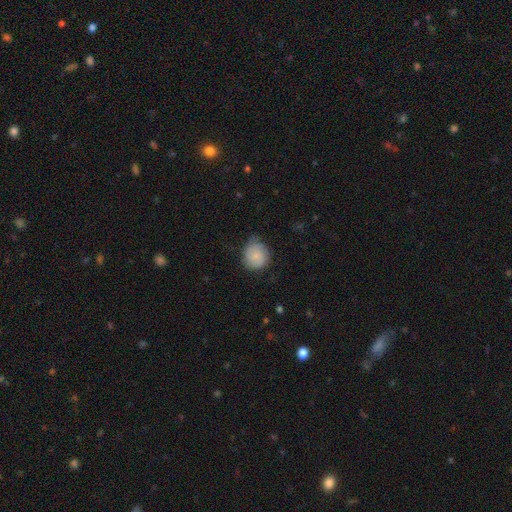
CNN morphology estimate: Q: Smooth or featured?
A: smooth (73%); runner-up: featured or disk (20%)
Q: How rounded?
A: round (83%); runner-up: in between (16%)
Q: Merging?
A: none (62%); runner-up: minor disturbance (30%)